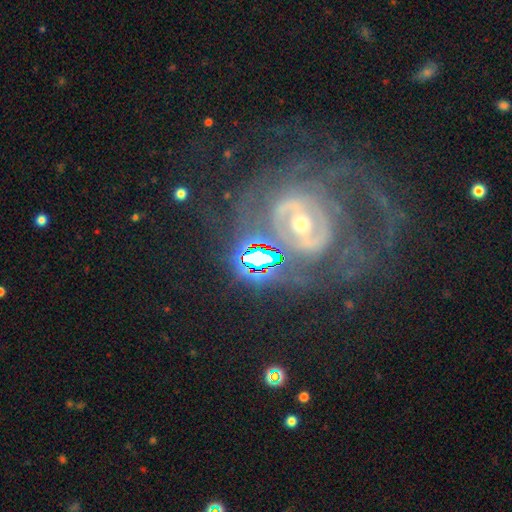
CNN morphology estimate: This is marginally a star or artifact rather than a galaxy (43%).